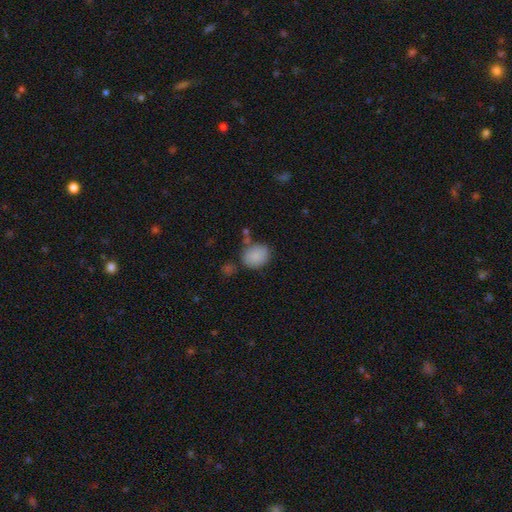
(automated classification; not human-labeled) Morphology: type=smooth (86%); roundness=round (54%); merging=none (67%).